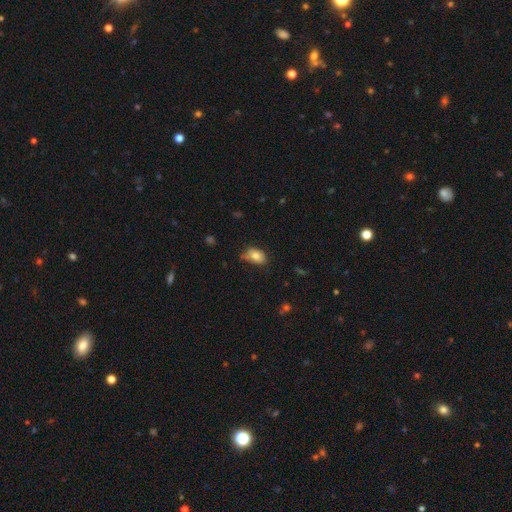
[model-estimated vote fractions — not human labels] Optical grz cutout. It shows a smooth galaxy with no disk features (79%) that is in between round and cigar-shaped (86%). Merging: none (52%).